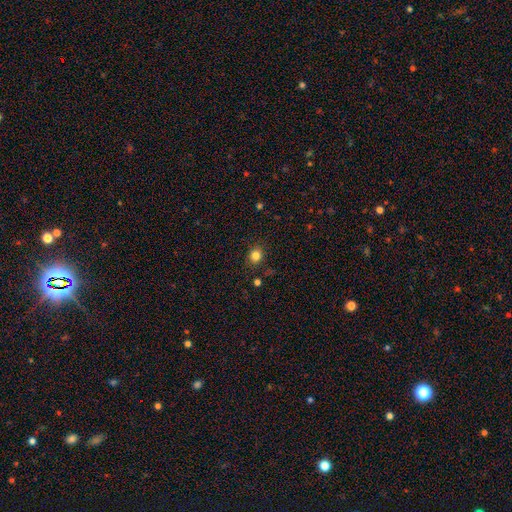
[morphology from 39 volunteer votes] smooth_or_featured: smooth (p=0.90) [alt: star or artifact p=0.10]
how_rounded: round (p=0.74) [alt: in between p=0.26]
merging: none (p=0.86) [alt: minor disturbance p=0.09]